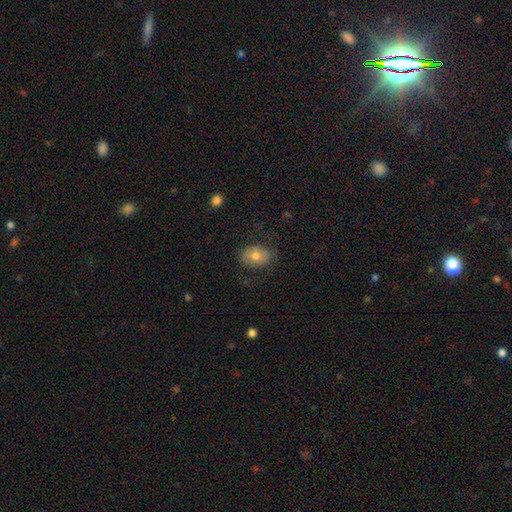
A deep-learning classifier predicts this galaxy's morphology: Smooth or featured? smooth (70%)
How rounded? in between (71%)
Merging? none (77%)